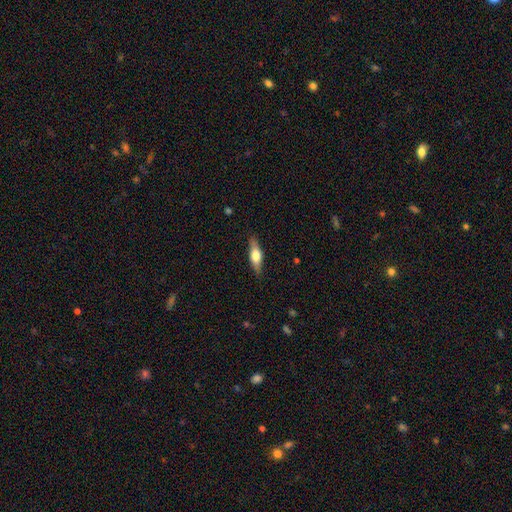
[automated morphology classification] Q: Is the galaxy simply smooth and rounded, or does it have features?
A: smooth — 52%.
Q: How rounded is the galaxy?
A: cigar-shaped — 53%.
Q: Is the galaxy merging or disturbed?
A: none — 86%.